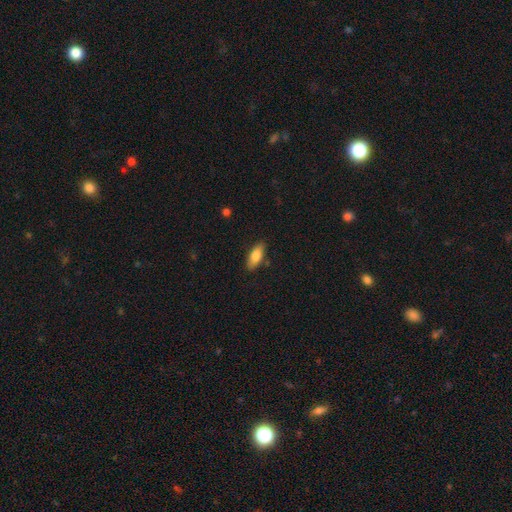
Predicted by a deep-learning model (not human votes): Smooth or featured? smooth (82%)
How rounded? in between (77%)
Merging? none (84%)